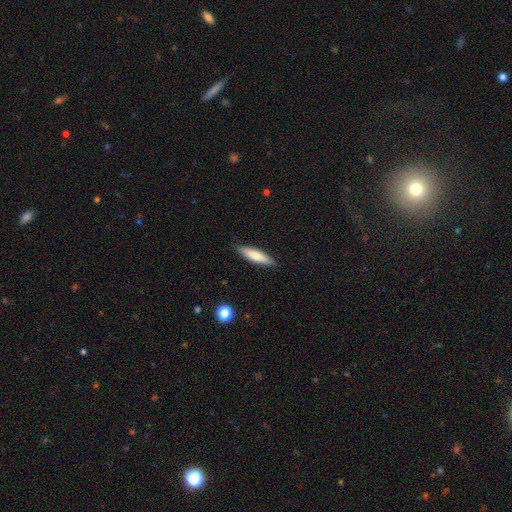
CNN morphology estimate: A smooth galaxy with no disk features (73%) that is cigar-shaped (75%). Merging: none (87%).